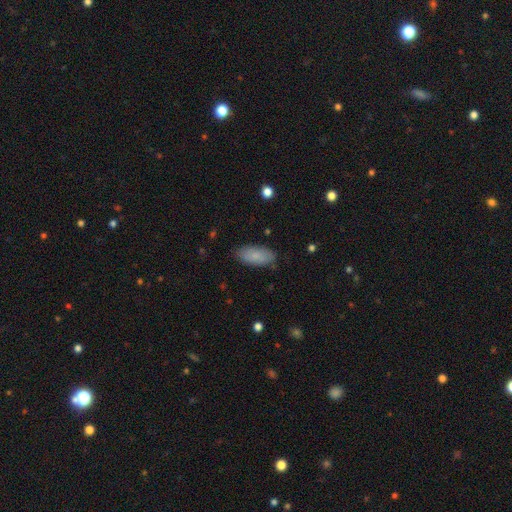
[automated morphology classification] Smooth or featured? Predicted: smooth (p=0.80). How rounded? Predicted: in between (p=0.89). Merging? Predicted: none (p=0.83).